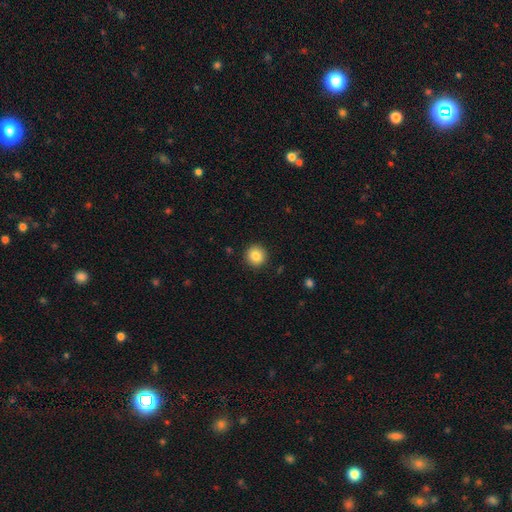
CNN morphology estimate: smooth_or_featured: smooth (p=0.85) [alt: star or artifact p=0.09]
how_rounded: round (p=0.94) [alt: in between p=0.05]
merging: none (p=0.92) [alt: minor disturbance p=0.05]